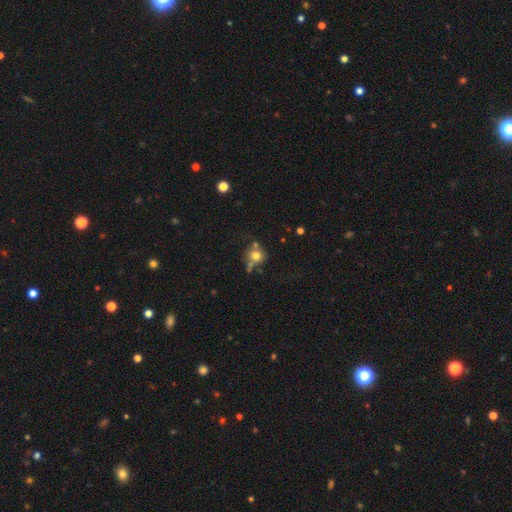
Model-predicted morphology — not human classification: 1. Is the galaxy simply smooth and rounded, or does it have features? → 70% smooth, 16% featured or disk, 14% star or artifact.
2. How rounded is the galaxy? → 85% round, 14% in between, 1% cigar-shaped.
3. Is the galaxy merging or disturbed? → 54% none, 23% merger, 16% minor disturbance, 7% major disturbance.